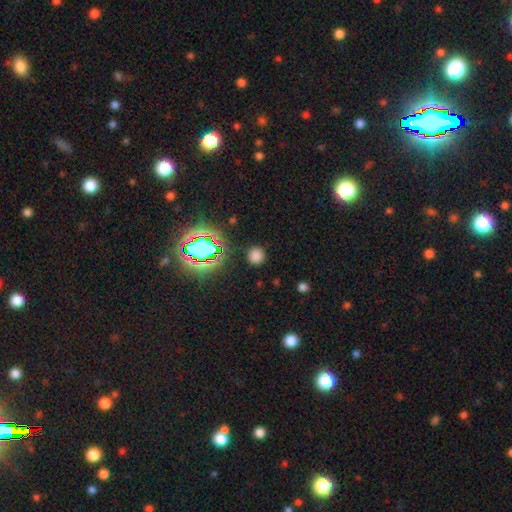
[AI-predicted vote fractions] smooth 72%, star or artifact 22%, featured or disk 6%. Down the decision tree: how rounded — round (90%); merging — none (87%).